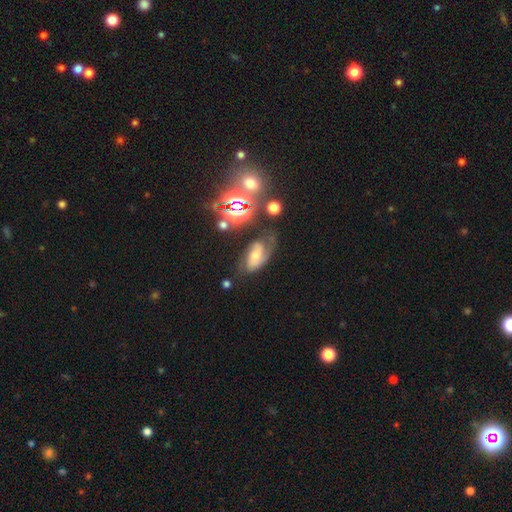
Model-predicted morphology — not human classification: Smooth or featured?
  - featured or disk: 60% *
  - smooth: 21%
  - star or artifact: 18%
Edge-on disk?
  - no: 94% *
  - yes: 6%
Bar?
  - no: 49% *
  - weak: 36%
  - strong: 15%
Spiral arms?
  - yes: 88% *
  - no: 12%
Bulge size?
  - moderate: 58% *
  - small: 31%
  - large: 6%
  - none: 3%
  - dominant: 2%
Merging?
  - none: 55% *
  - minor disturbance: 24%
  - major disturbance: 16%
  - merger: 4%